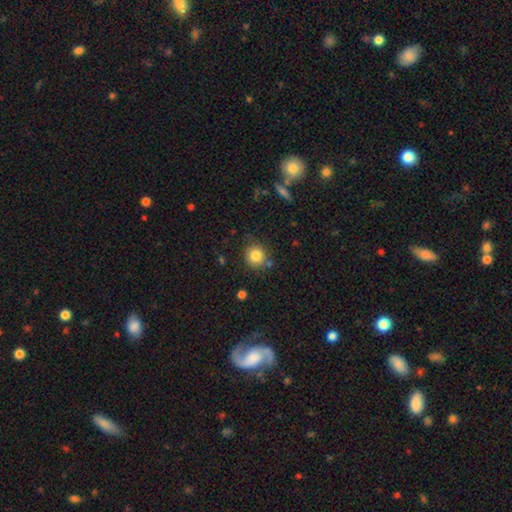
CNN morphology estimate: Smooth or featured? Predicted: smooth (p=0.83). How rounded? Predicted: round (p=0.88). Merging? Predicted: none (p=0.80).